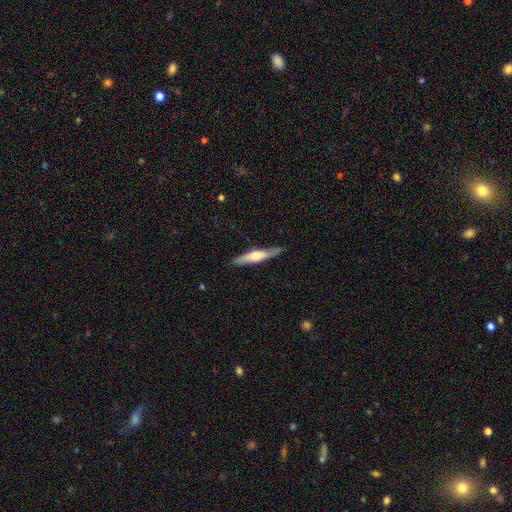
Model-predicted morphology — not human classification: Smooth or featured? Predicted: featured or disk (p=0.52). Edge-on disk? Predicted: yes (p=0.92). Merging? Predicted: none (p=0.83).